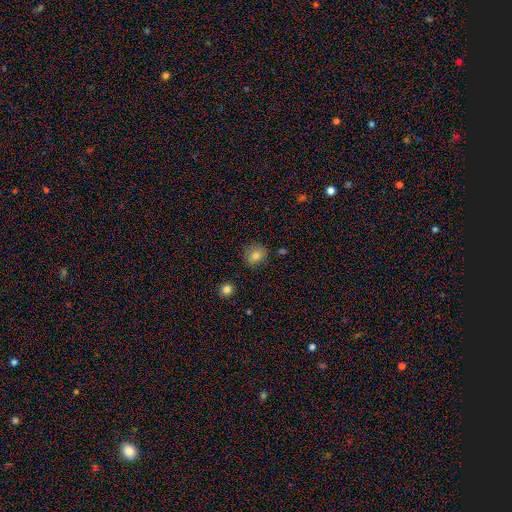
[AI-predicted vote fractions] This appears to be a smooth galaxy with no disk features (80%) that is round (74%). Merging: none (82%).